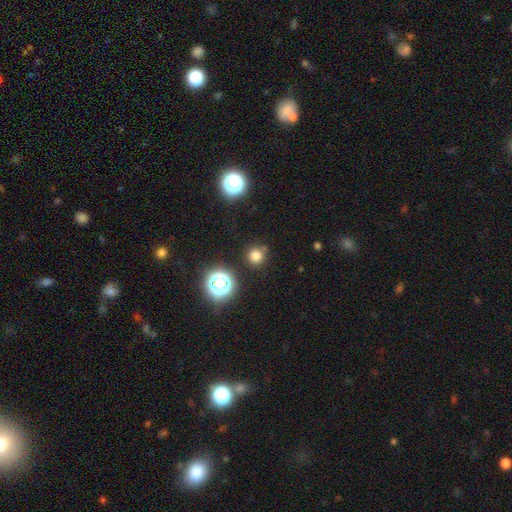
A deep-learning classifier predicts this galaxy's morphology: Overall: smooth (74%). How rounded: round (94%). Merging: none (85%).